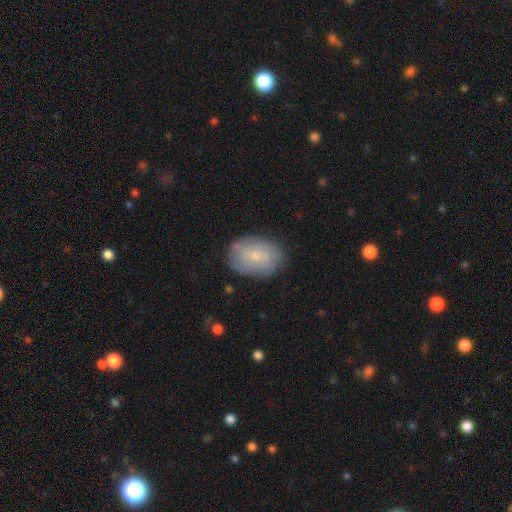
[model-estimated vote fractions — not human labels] Smooth or featured?
  - smooth: 54% *
  - featured or disk: 38%
  - star or artifact: 7%
How rounded?
  - in between: 78% *
  - round: 21%
  - cigar-shaped: 1%
Merging?
  - none: 76% *
  - minor disturbance: 18%
  - major disturbance: 5%
  - merger: 1%